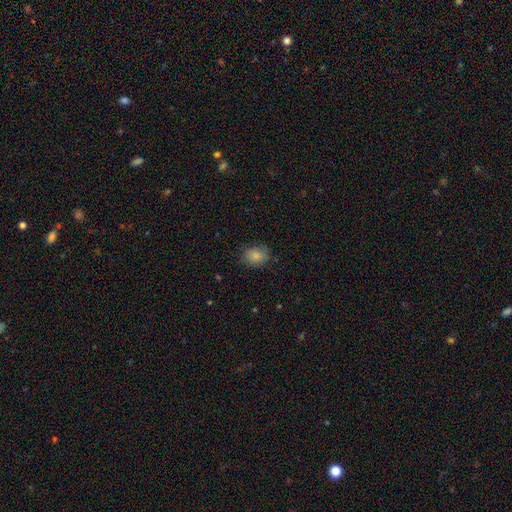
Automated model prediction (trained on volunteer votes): The model was most divided on "how rounded": in between: 64%, round: 35%, cigar-shaped: 1%. More confident: smooth or featured — smooth (84%); merging — none (80%).